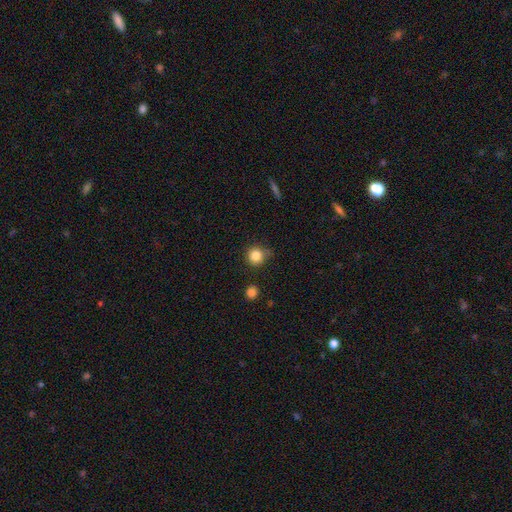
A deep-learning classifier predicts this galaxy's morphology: smooth 84%, star or artifact 11%, featured or disk 5%. Down the decision tree: how rounded — round (93%); merging — none (75%).